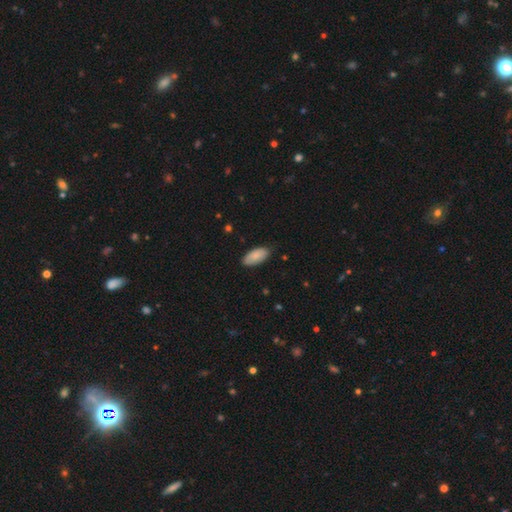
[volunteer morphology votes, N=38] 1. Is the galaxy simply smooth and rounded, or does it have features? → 79% smooth, 16% featured or disk, 5% star or artifact.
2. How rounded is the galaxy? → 90% in between, 7% cigar-shaped, 3% round.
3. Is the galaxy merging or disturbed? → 83% none, 17% minor disturbance, 0% major disturbance, 0% merger.